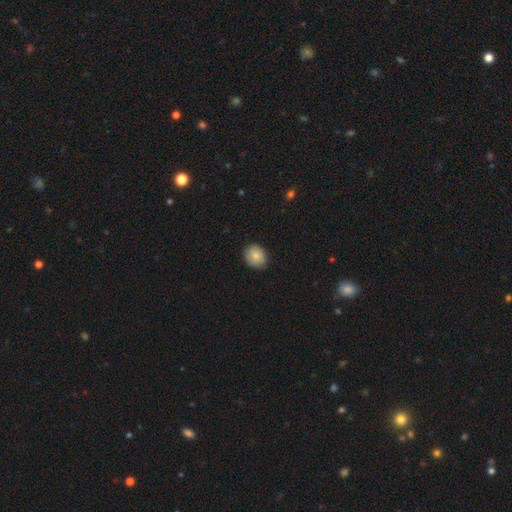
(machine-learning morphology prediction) The model was most divided on "how rounded": round: 62%, in between: 37%, cigar-shaped: 1%. More confident: merging — none (84%); smooth or featured — smooth (81%).